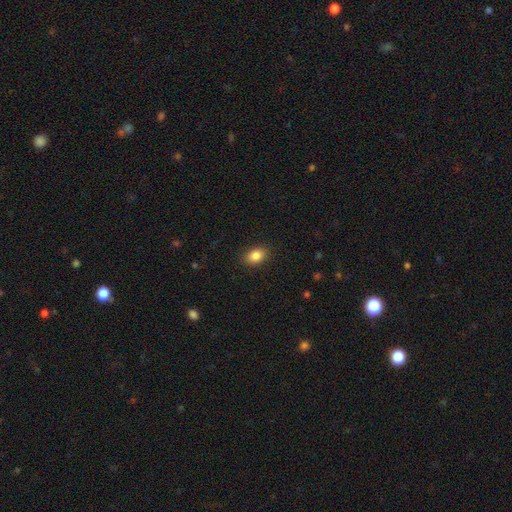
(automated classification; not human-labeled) Smooth or featured: smooth — 85% (star or artifact — 9%)
How rounded: in between — 80% (round — 19%)
Merging: none — 88% (minor disturbance — 9%)